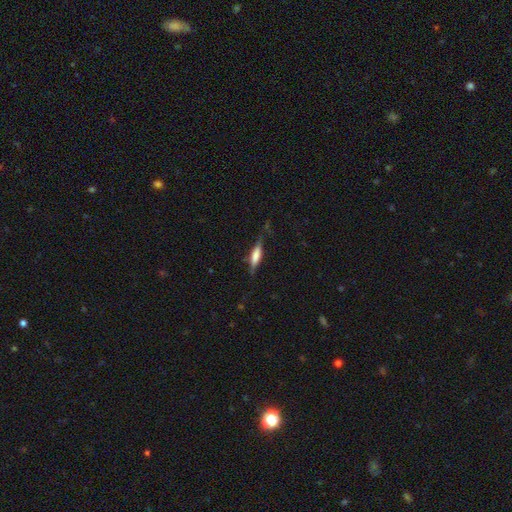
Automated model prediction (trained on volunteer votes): Morphology: type=smooth (50%); merging=none (70%).